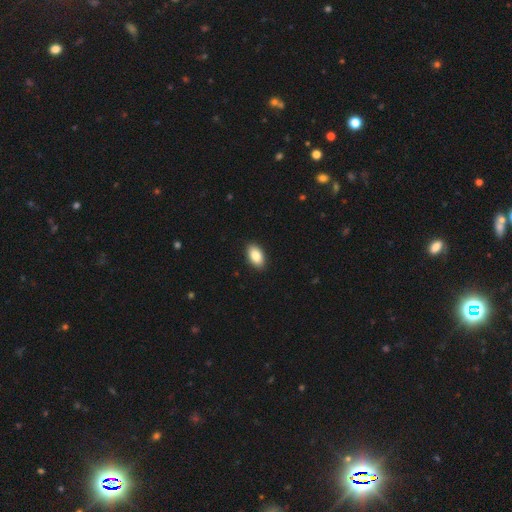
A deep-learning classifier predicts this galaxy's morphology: Smooth or featured: smooth — 87% (star or artifact — 7%)
How rounded: in between — 94% (round — 4%)
Merging: none — 90% (minor disturbance — 7%)